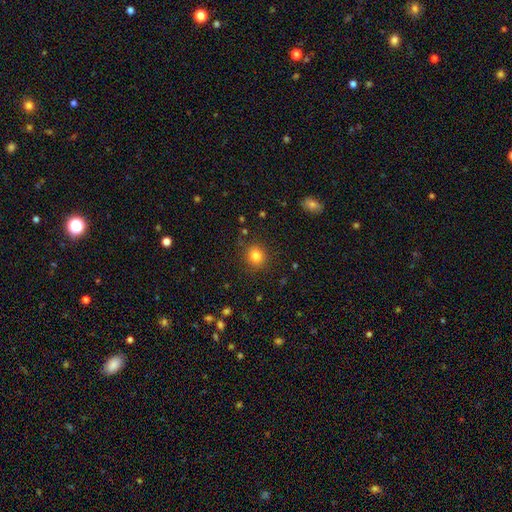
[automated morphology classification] The model was most divided on "how rounded": round: 84%, in between: 15%, cigar-shaped: 1%. More confident: merging — none (86%); smooth or featured — smooth (82%).